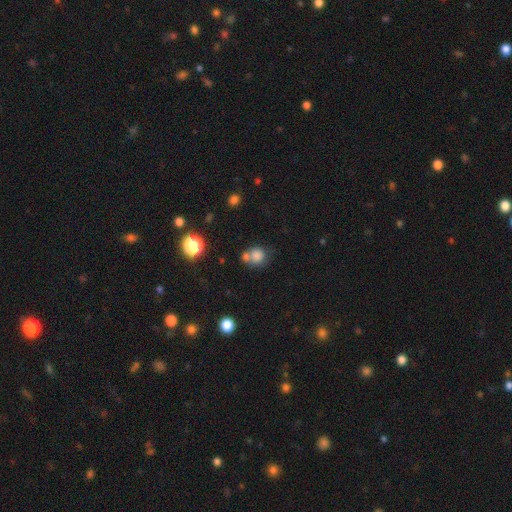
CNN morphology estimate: The model was most divided on "merging": none: 45%, merger: 36%, minor disturbance: 12%, major disturbance: 6%. More confident: how rounded — round (81%); smooth or featured — smooth (78%).